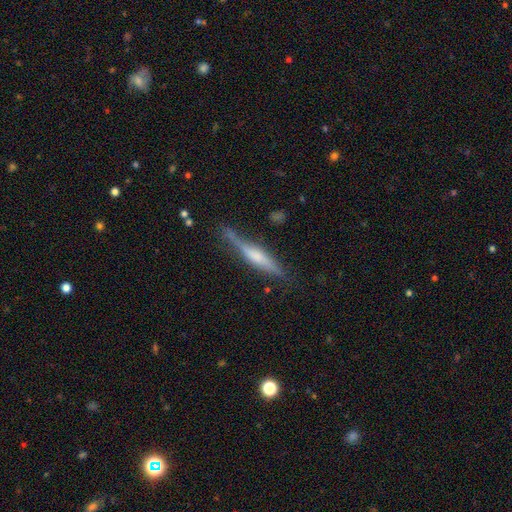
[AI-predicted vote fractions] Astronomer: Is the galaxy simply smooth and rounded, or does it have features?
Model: featured or disk — 59%.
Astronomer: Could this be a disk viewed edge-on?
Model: yes — 94%.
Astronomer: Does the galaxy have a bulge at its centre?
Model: rounded — 54%.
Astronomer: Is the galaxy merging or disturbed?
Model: none — 68%.